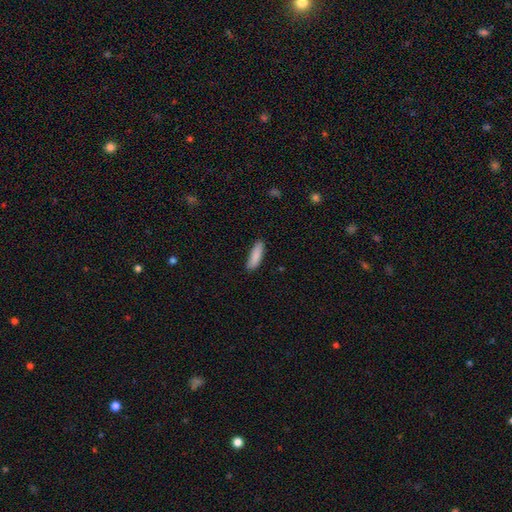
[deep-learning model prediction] Smooth or featured?
  - smooth: 88% *
  - star or artifact: 6%
  - featured or disk: 6%
How rounded?
  - cigar-shaped: 57% *
  - in between: 42%
  - round: 1%
Merging?
  - none: 84% *
  - minor disturbance: 12%
  - major disturbance: 2%
  - merger: 1%